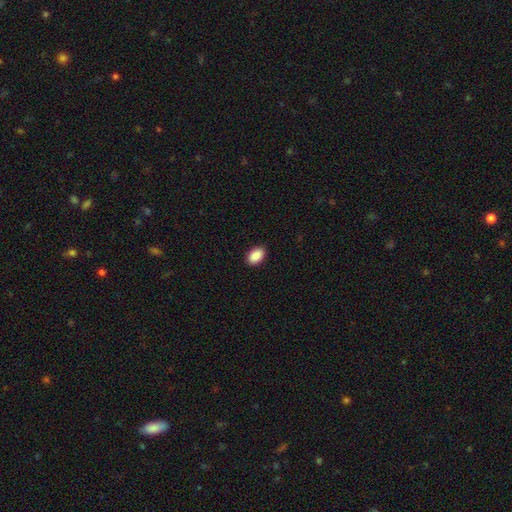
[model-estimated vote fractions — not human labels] Smooth or featured? Predicted: smooth (p=0.90). How rounded? Predicted: in between (p=0.92). Merging? Predicted: none (p=0.90).